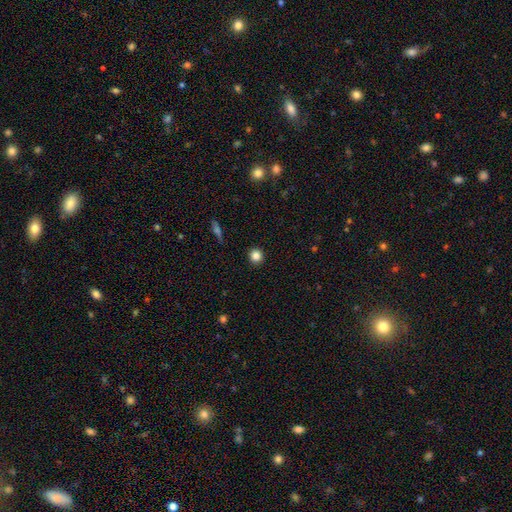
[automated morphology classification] Smooth or featured: smooth — 84% (star or artifact — 11%)
How rounded: round — 92% (in between — 7%)
Merging: none — 92% (minor disturbance — 5%)